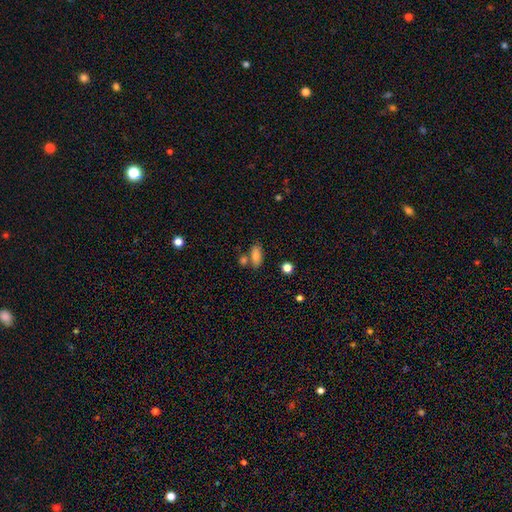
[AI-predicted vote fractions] Smooth or featured: smooth — 80% (featured or disk — 11%)
How rounded: in between — 83% (cigar-shaped — 12%)
Merging: none — 62% (merger — 20%)